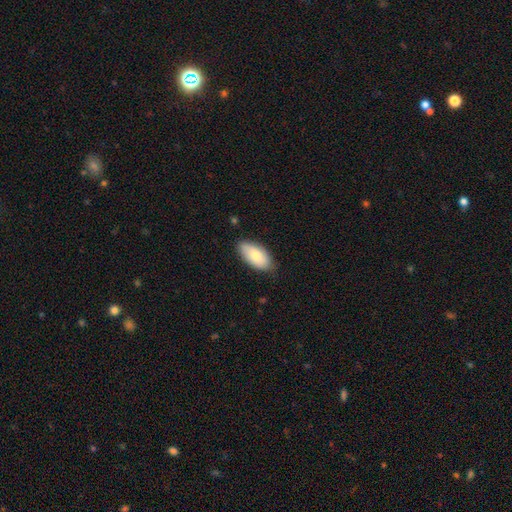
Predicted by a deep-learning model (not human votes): Morphology: type=smooth (78%); roundness=in between (94%); merging=none (78%).